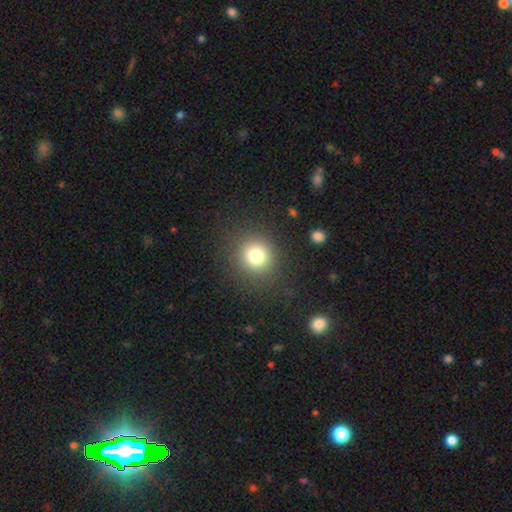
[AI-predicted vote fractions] Q: Smooth or featured?
A: smooth (77%); runner-up: star or artifact (14%)
Q: How rounded?
A: round (90%); runner-up: in between (10%)
Q: Merging?
A: none (87%); runner-up: minor disturbance (8%)